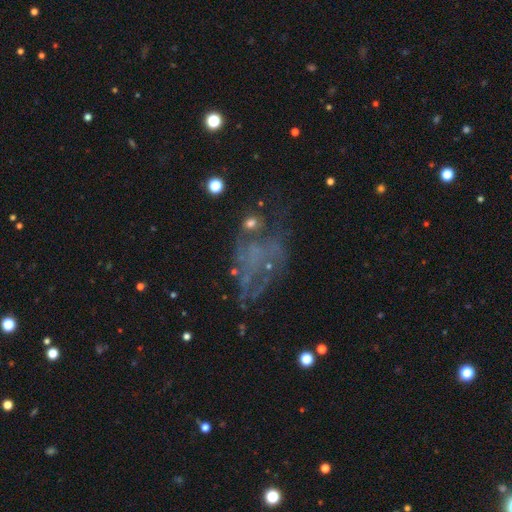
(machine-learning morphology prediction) Smooth or featured: featured or disk — 51% (star or artifact — 28%)
Edge-on disk: no — 96% (yes — 4%)
Merging: none — 42% (major disturbance — 33%)